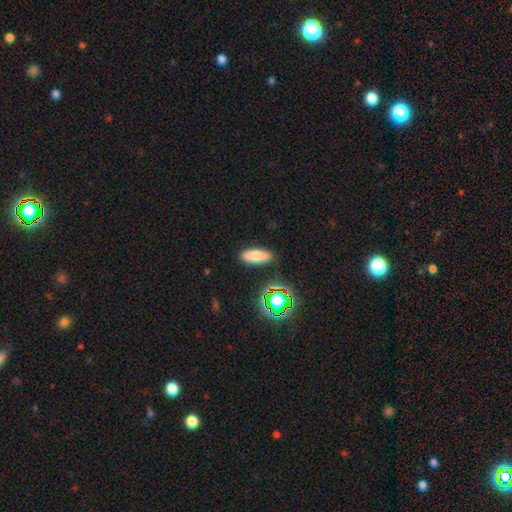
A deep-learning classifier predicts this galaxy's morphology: type=smooth (75%); roundness=in between (62%); merging=none (87%).